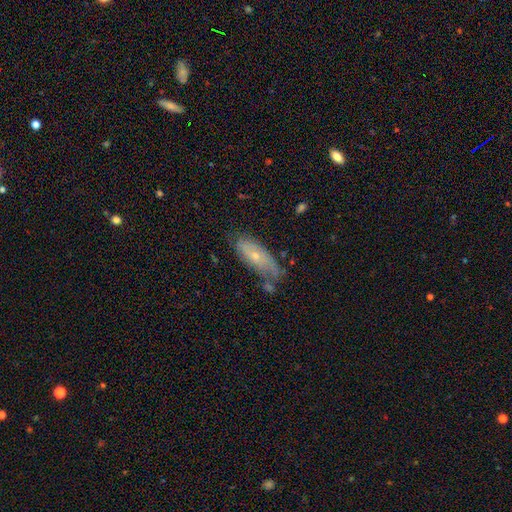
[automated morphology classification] This is possibly a smooth galaxy (47%). Merging: possibly none (54%).